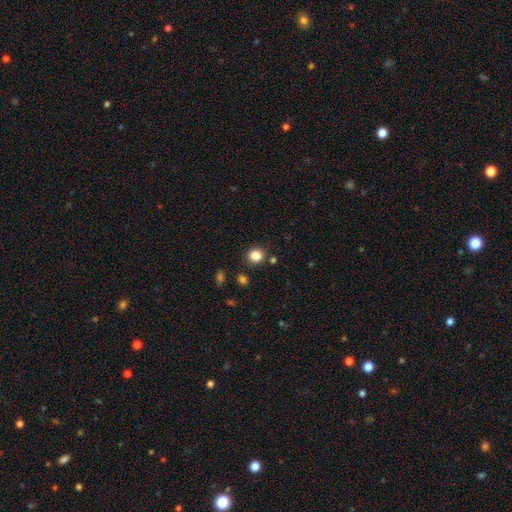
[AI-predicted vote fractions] A smooth galaxy with no disk features (84%) that is round (82%).

Vote fractions:
- Smooth or featured? smooth: 84% / star or artifact: 12% / featured or disk: 4%
- How rounded? round: 82% / in between: 17% / cigar-shaped: 1%
- Merging? none: 87% / minor disturbance: 7% / merger: 3% / major disturbance: 2%